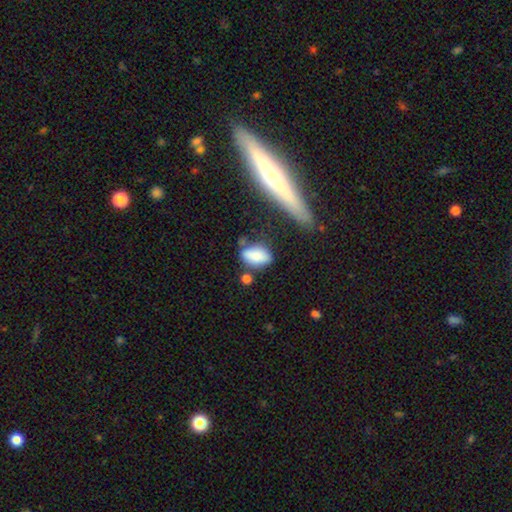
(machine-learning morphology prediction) This is likely a smooth galaxy (79%). How rounded: clearly in between (88%). Merging: possibly none (59%).